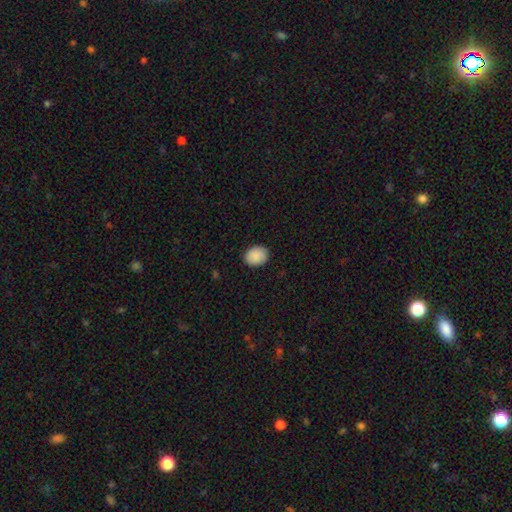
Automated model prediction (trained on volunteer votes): This appears to be a smooth galaxy with no disk features (90%) that is round (57%). Merging: none (88%).